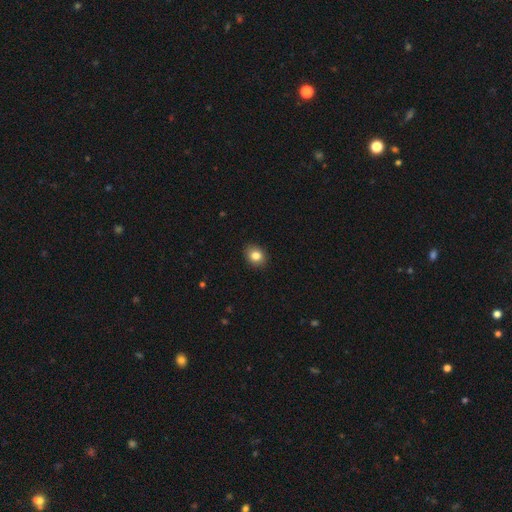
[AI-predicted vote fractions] Morphology: type=smooth (83%); roundness=round (59%); merging=none (89%).